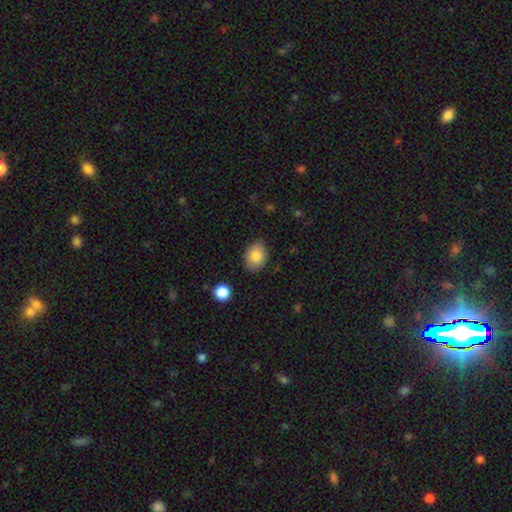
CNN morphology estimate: This appears to be a smooth galaxy with no disk features (84%) that is in between round and cigar-shaped (68%). Merging: none (82%).